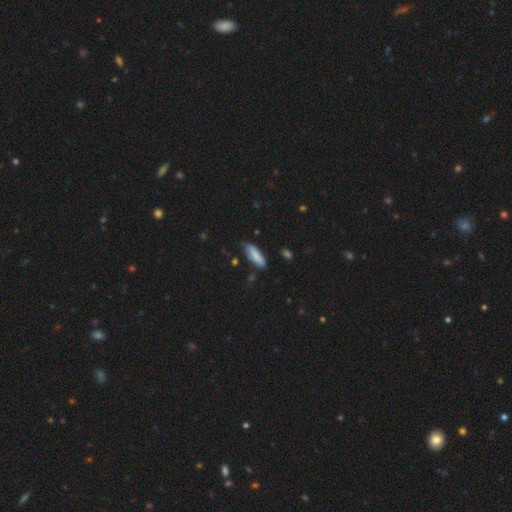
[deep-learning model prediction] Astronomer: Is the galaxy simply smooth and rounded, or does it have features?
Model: smooth — 82%.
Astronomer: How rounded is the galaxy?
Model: in between — 56% (runner-up: cigar-shaped, 42%).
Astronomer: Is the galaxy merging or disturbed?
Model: none — 73%.